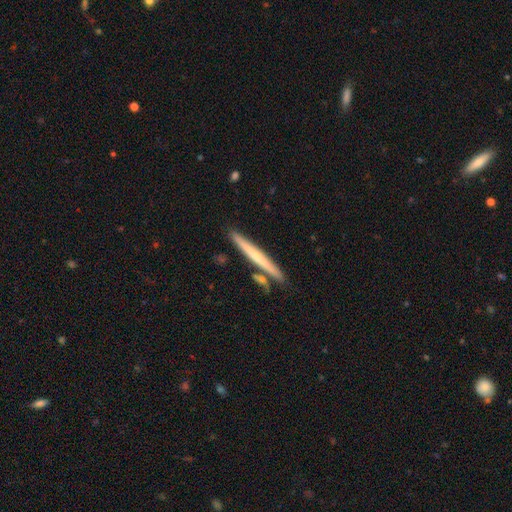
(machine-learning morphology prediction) smooth-or-featured: smooth: 48% | featured or disk: 46% | star or artifact: 6%
  merging: none: 83% | minor disturbance: 9% | merger: 6% | major disturbance: 2%